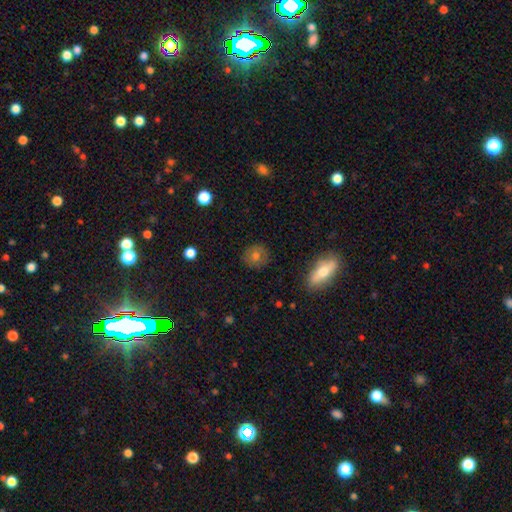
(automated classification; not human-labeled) Overall: smooth (69%). How rounded: round (83%). Merging: none (86%).